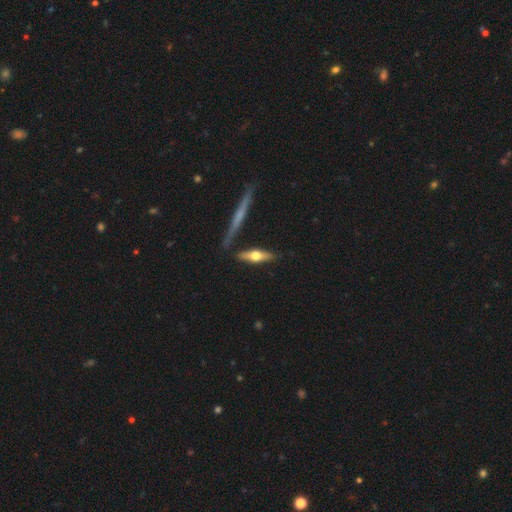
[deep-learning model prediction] Smooth or featured?
  - featured or disk: 54% *
  - smooth: 41%
  - star or artifact: 6%
Edge-on disk?
  - yes: 91% *
  - no: 9%
Merging?
  - none: 79% *
  - minor disturbance: 12%
  - merger: 6%
  - major disturbance: 3%